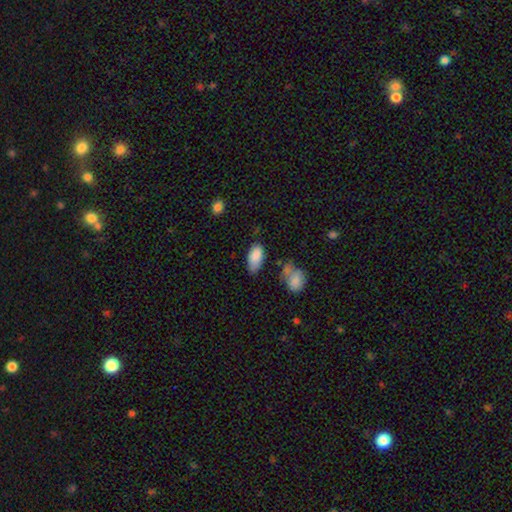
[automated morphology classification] Smooth or featured: smooth — 87% (star or artifact — 8%)
How rounded: in between — 93% (cigar-shaped — 4%)
Merging: none — 57% (minor disturbance — 28%)